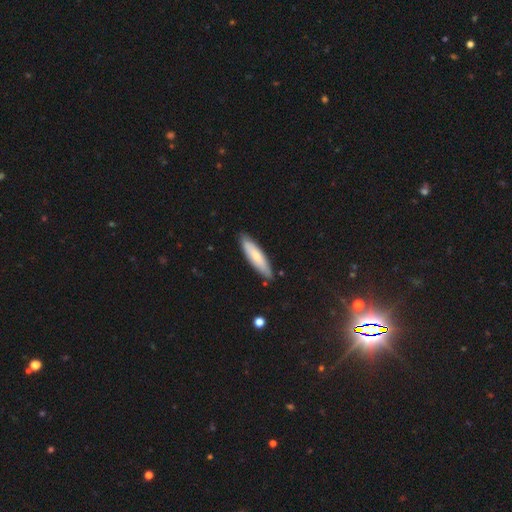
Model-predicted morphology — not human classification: This is likely a smooth galaxy (67%). How rounded: likely cigar-shaped (72%). Merging: clearly none (84%).